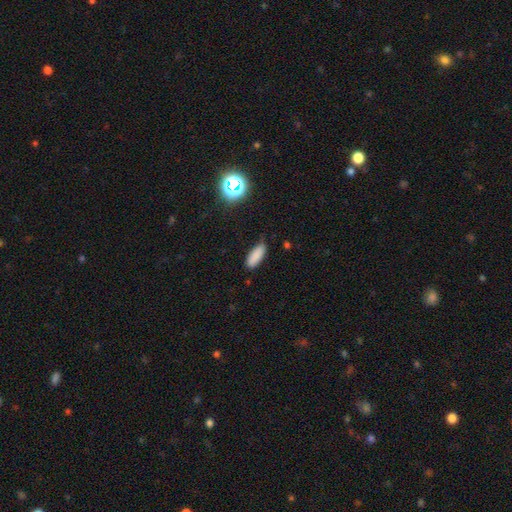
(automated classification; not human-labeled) A smooth galaxy with no disk features (85%) that is in between round and cigar-shaped (68%).

Vote fractions:
- Smooth or featured? smooth: 85% / star or artifact: 10% / featured or disk: 5%
- How rounded? in between: 68% / cigar-shaped: 30% / round: 2%
- Merging? none: 79% / minor disturbance: 17% / major disturbance: 3% / merger: 1%